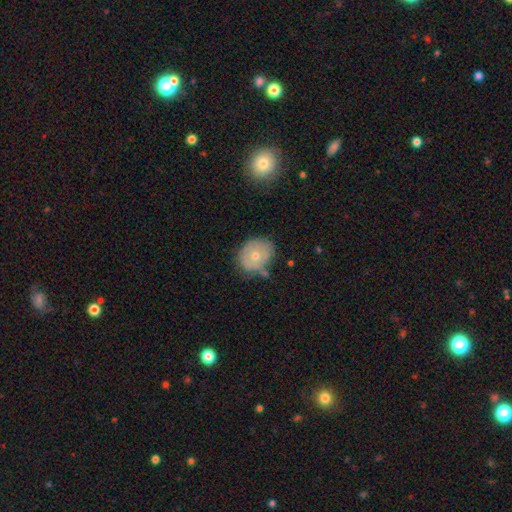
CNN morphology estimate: Smooth or featured? Predicted: smooth (p=0.54). How rounded? Predicted: round (p=0.52). Merging? Predicted: none (p=0.68).